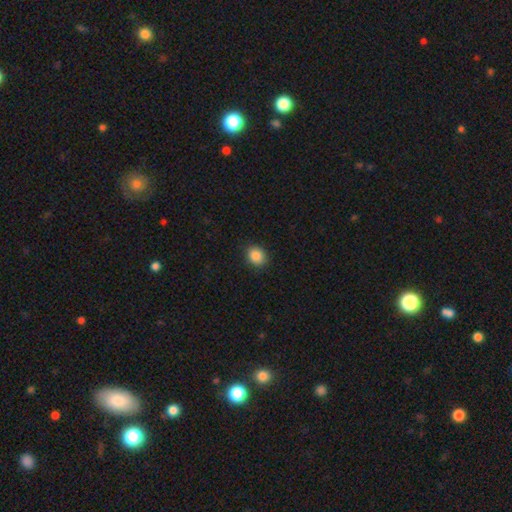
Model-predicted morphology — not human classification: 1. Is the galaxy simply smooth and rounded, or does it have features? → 88% smooth, 9% star or artifact, 3% featured or disk.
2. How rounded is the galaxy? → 64% round, 35% in between, 1% cigar-shaped.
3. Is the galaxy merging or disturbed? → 87% none, 9% minor disturbance, 2% major disturbance, 1% merger.